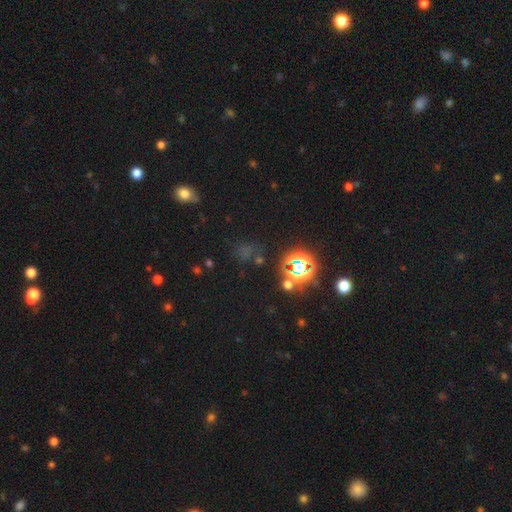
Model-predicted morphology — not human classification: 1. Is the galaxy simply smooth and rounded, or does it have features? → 68% star or artifact, 24% smooth, 8% featured or disk.